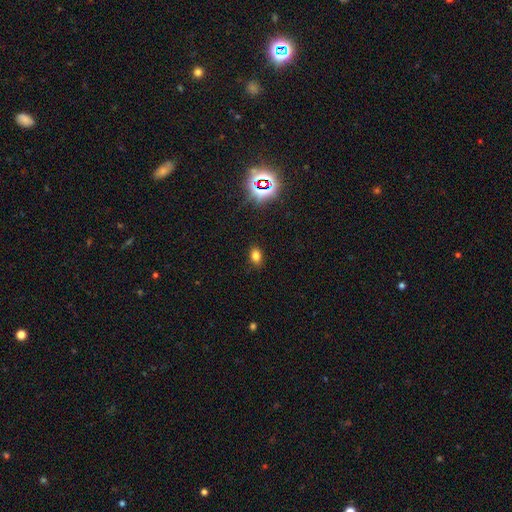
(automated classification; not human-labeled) smooth-or-featured: smooth: 76% | star or artifact: 18% | featured or disk: 6%
  how-rounded: in between: 72% | round: 27% | cigar-shaped: 1%
  merging: none: 86% | minor disturbance: 10% | major disturbance: 3% | merger: 1%